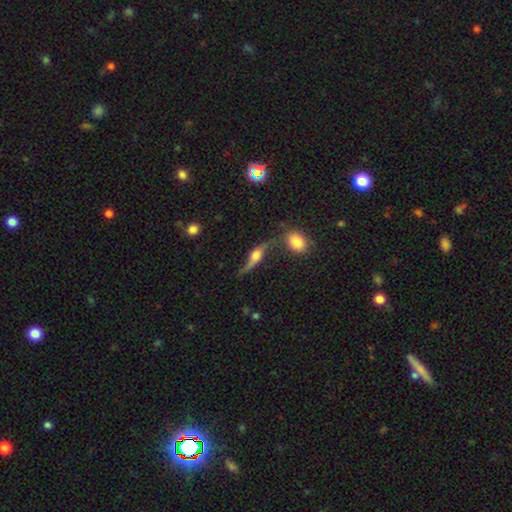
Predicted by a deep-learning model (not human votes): Overall: featured or disk (74%). Edge-on disk: no (57%; yes 43%). Merging: none (52%; minor disturbance 21%).